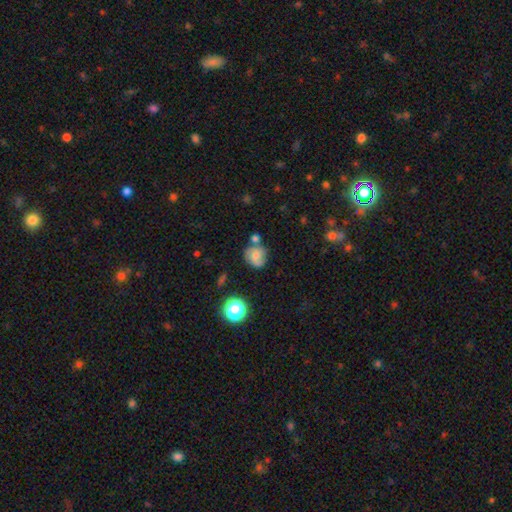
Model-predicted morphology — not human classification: Q: Smooth or featured?
A: smooth (47%); runner-up: featured or disk (42%)
Q: Merging?
A: none (61%); runner-up: minor disturbance (19%)